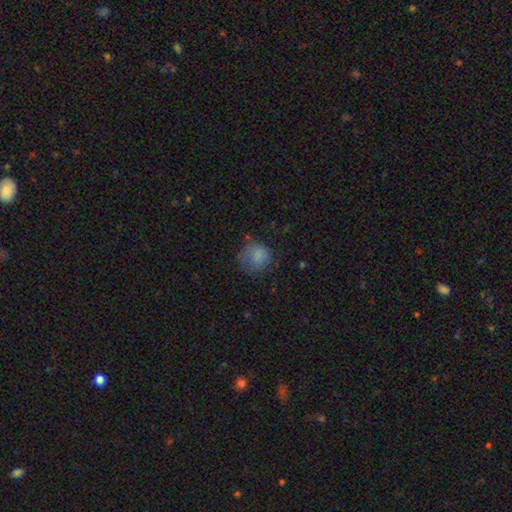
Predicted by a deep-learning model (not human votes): A smooth galaxy with no disk features (79%) that is round (81%). Merging: none (58%).